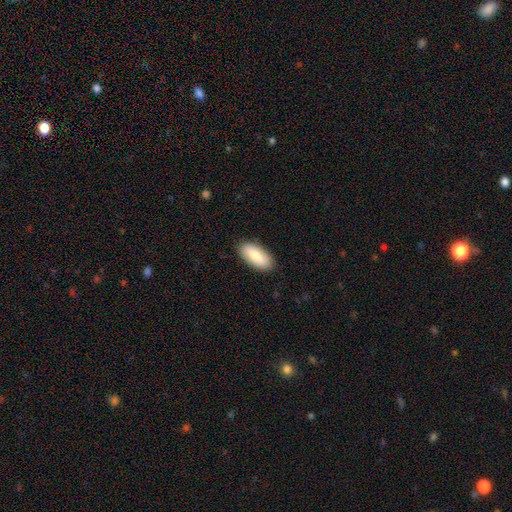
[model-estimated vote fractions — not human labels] Smooth or featured? smooth (82%)
How rounded? in between (88%)
Merging? none (88%)